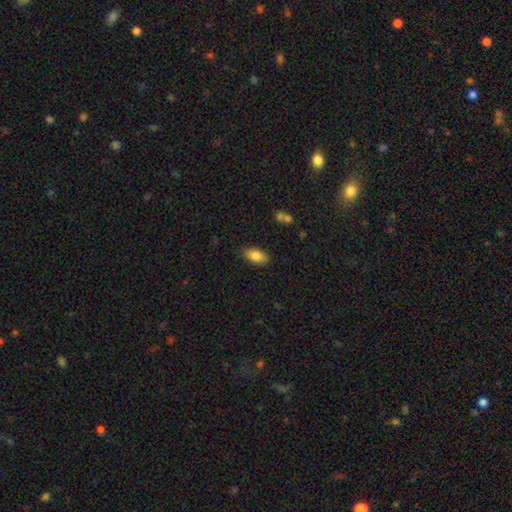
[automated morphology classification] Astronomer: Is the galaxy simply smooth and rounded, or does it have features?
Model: smooth — 84%.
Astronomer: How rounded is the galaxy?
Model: in between — 92%.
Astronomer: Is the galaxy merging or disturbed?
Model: none — 84%.